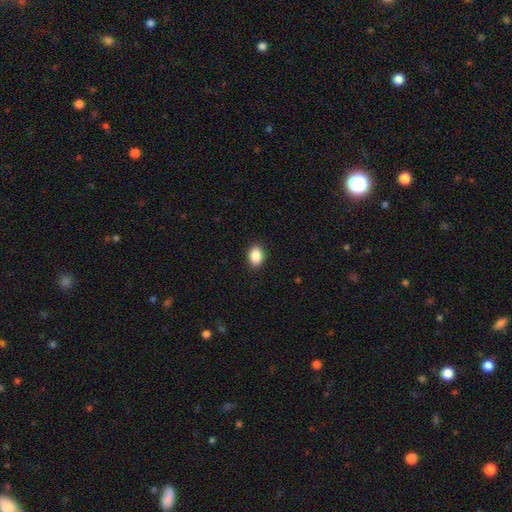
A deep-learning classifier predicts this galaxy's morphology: Smooth or featured?
  - smooth: 89% *
  - star or artifact: 8%
  - featured or disk: 3%
How rounded?
  - in between: 80% *
  - round: 19%
  - cigar-shaped: 1%
Merging?
  - none: 90% *
  - minor disturbance: 7%
  - major disturbance: 2%
  - merger: 1%